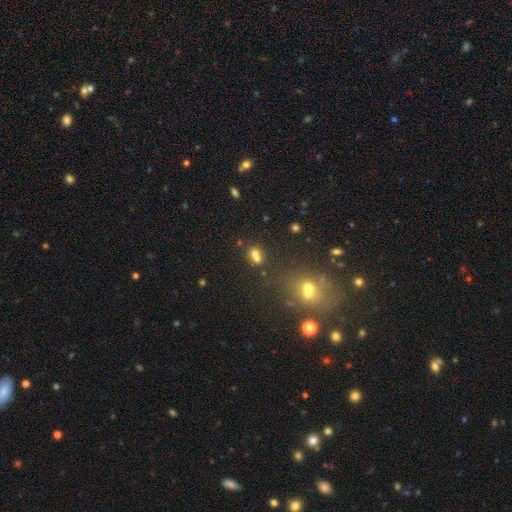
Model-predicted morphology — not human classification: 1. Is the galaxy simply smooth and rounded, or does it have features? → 65% smooth, 21% star or artifact, 14% featured or disk.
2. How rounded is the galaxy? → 51% round, 47% in between, 2% cigar-shaped.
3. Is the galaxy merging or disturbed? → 45% merger, 41% none, 9% minor disturbance, 5% major disturbance.